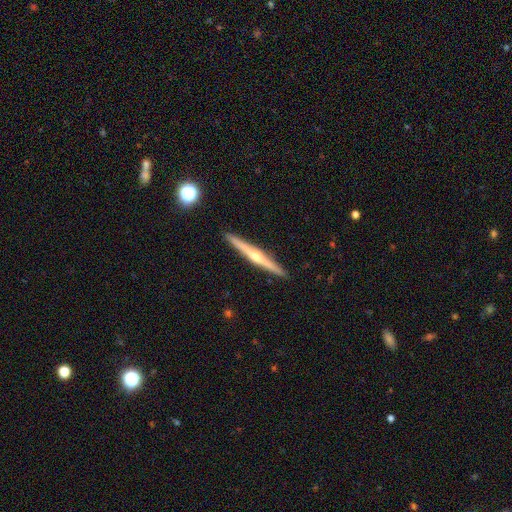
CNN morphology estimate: This appears to be a featured or disk galaxy (79%) viewed edge-on (98%) with a rounded central bulge (88%). Merging: none (92%).